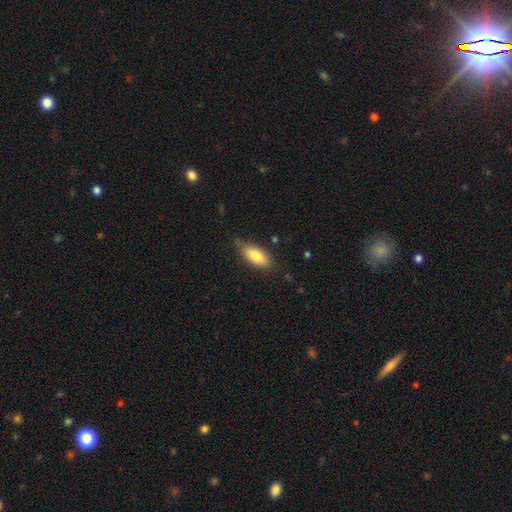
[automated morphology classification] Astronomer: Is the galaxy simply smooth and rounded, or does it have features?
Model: smooth — 84%.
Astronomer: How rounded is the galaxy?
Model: in between — 85%.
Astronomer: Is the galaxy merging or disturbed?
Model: none — 73%.